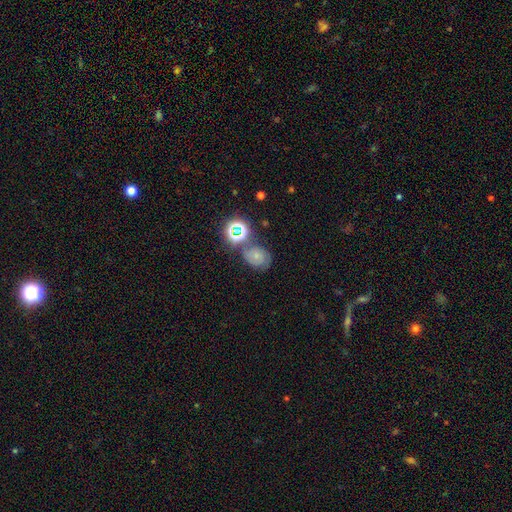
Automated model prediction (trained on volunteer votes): A featured or disk galaxy (43%).

Vote fractions:
- Smooth or featured? featured or disk: 43% / smooth: 35% / star or artifact: 22%
- Merging? none: 60% / minor disturbance: 20% / merger: 13% / major disturbance: 8%